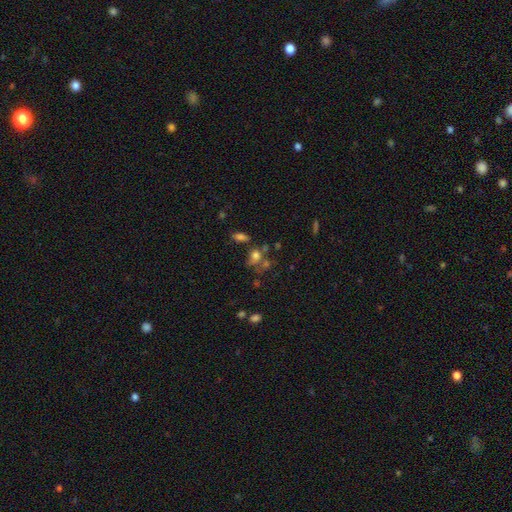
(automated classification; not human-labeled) Smooth or featured?
  - smooth: 65% *
  - star or artifact: 18%
  - featured or disk: 17%
How rounded?
  - round: 53% *
  - in between: 45%
  - cigar-shaped: 2%
Merging?
  - none: 40% *
  - merger: 29%
  - minor disturbance: 16%
  - major disturbance: 14%